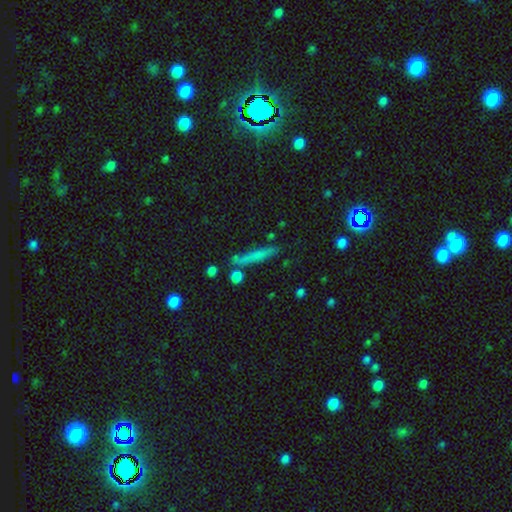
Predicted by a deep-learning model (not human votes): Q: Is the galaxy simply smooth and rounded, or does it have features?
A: smooth — 61%.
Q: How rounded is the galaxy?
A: cigar-shaped — 91%.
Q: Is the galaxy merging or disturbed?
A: none — 76%.